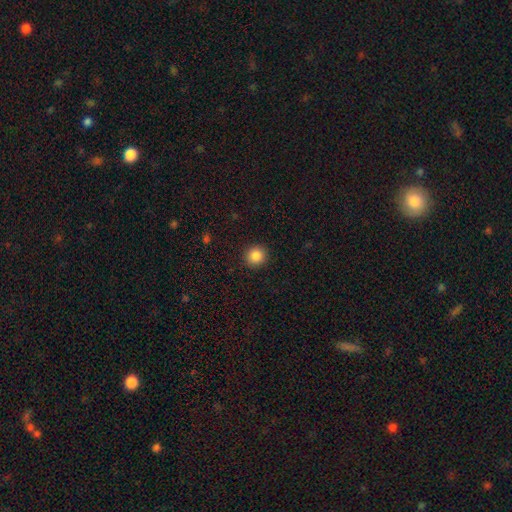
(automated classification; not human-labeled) The model was most divided on "smooth or featured": smooth: 87%, star or artifact: 10%, featured or disk: 3%. More confident: merging — none (92%); how rounded — round (91%).